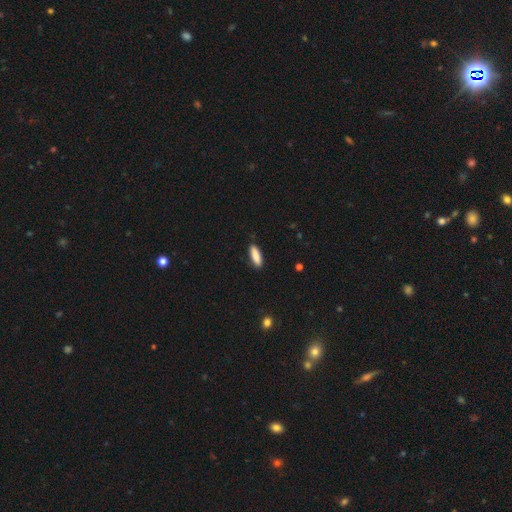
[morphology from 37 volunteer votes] Smooth or featured?
  - smooth: 92% *
  - star or artifact: 5%
  - featured or disk: 3%
How rounded?
  - cigar-shaped: 53% *
  - in between: 47%
  - round: 0%
Merging?
  - none: 94% *
  - minor disturbance: 6%
  - major disturbance: 0%
  - merger: 0%